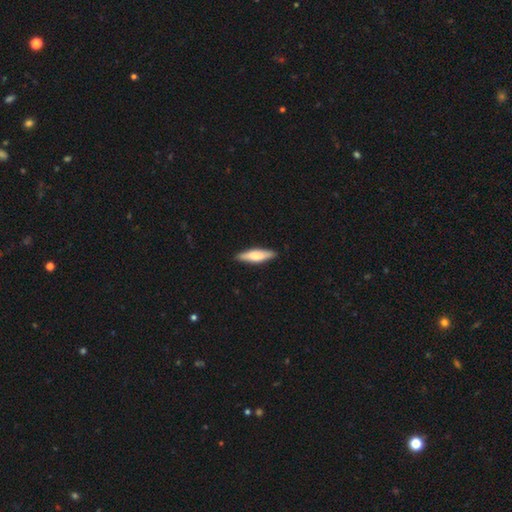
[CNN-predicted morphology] Q: Smooth or featured?
A: smooth (63%); runner-up: featured or disk (32%)
Q: How rounded?
A: cigar-shaped (68%); runner-up: in between (31%)
Q: Merging?
A: none (89%); runner-up: minor disturbance (9%)